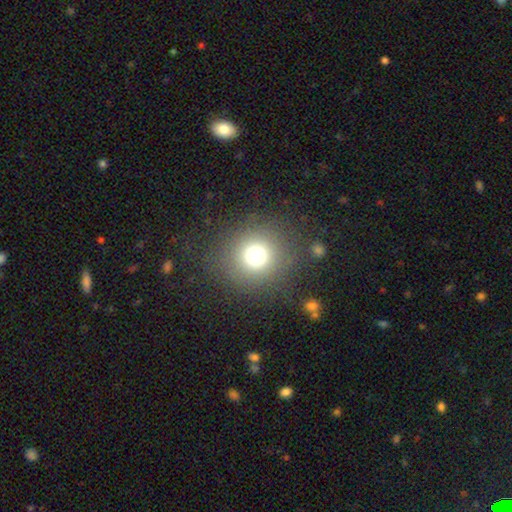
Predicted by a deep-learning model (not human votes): Smooth or featured? smooth (73%)
How rounded? round (92%)
Merging? none (84%)